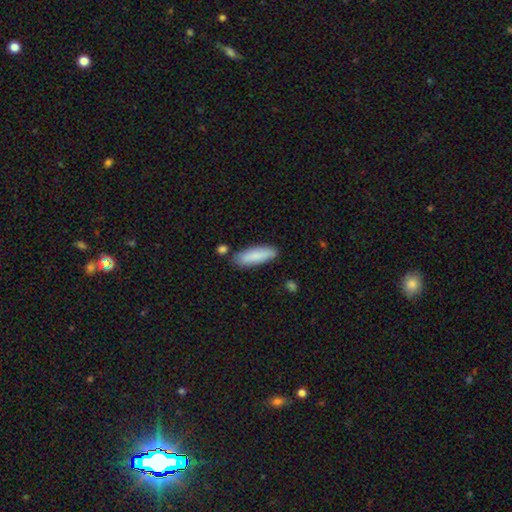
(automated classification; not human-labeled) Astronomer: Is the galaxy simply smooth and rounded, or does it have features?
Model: smooth — 85%.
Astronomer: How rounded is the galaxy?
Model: cigar-shaped — 53% (runner-up: in between, 46%).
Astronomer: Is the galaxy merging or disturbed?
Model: none — 81%.